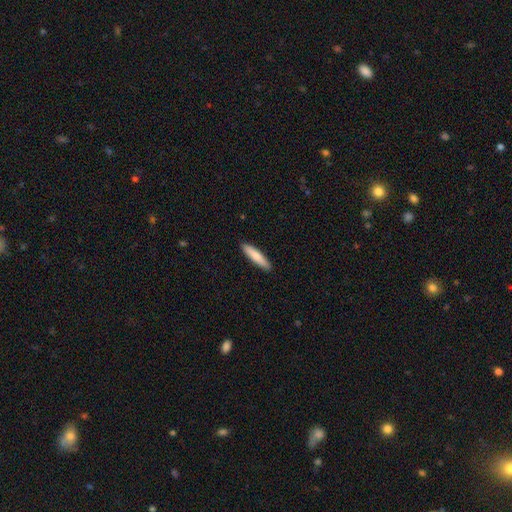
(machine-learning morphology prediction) This appears to be a smooth galaxy with no disk features (82%) that is cigar-shaped (83%). Merging: none (91%).